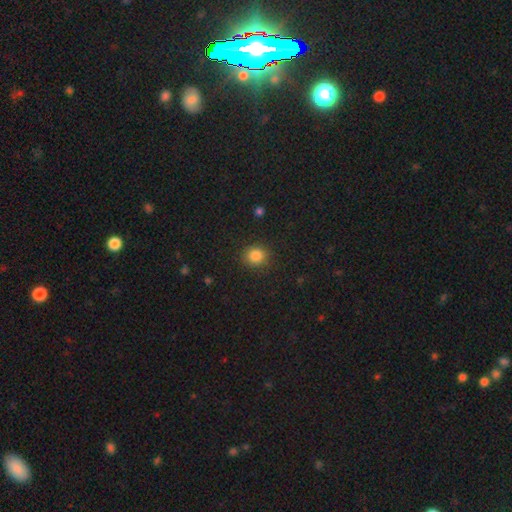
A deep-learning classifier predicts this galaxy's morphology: smooth 85%, star or artifact 11%, featured or disk 4%. Down the decision tree: how rounded — round (86%); merging — none (88%).